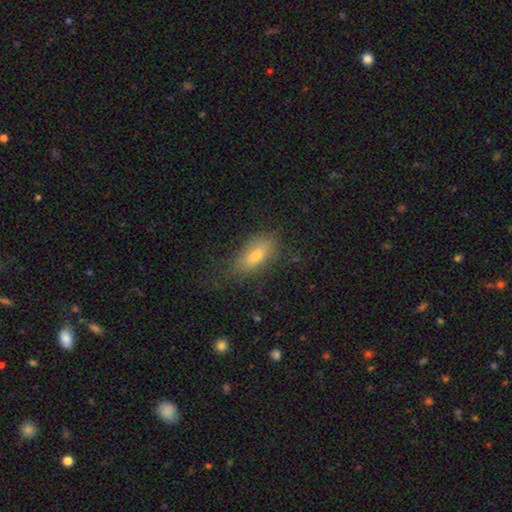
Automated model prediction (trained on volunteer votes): This is likely a smooth galaxy (73%). How rounded: clearly in between (83%). Merging: likely none (69%).